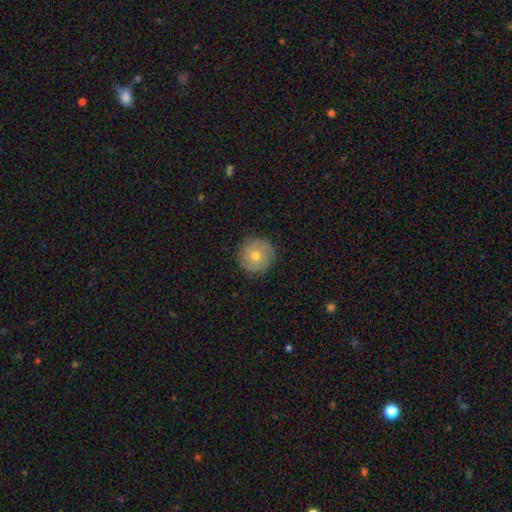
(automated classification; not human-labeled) A smooth galaxy with no disk features (49%). Merging: none (87%).